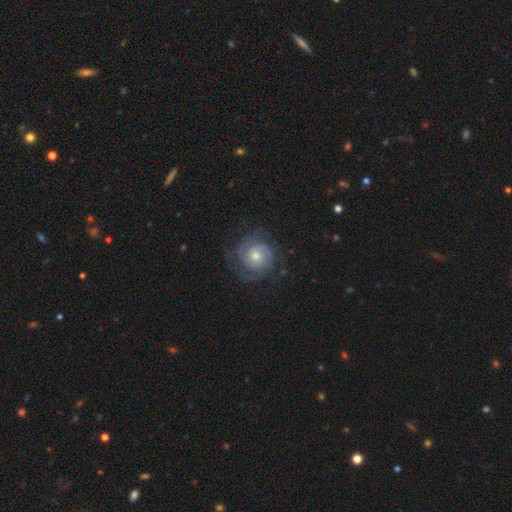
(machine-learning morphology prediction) smooth_or_featured: featured or disk (p=0.79) [alt: smooth p=0.14]
disk_edge_on: no (p=0.98) [alt: yes p=0.02]
bar: no (p=0.76) [alt: weak p=0.21]
has_spiral_arms: yes (p=0.94) [alt: no p=0.06]
spiral_winding: tight (p=0.66) [alt: medium p=0.27]
spiral_arm_count: 2 (p=0.35) [alt: can't tell p=0.29]
bulge_size: moderate (p=0.58) [alt: small p=0.35]
merging: none (p=0.74) [alt: minor disturbance p=0.16]